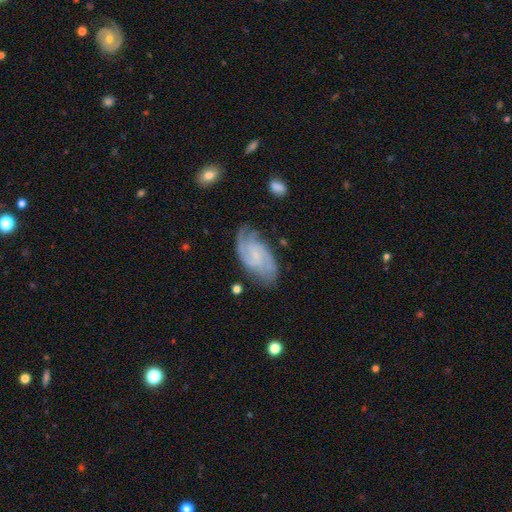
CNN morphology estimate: A featured or disk galaxy (82%) with a weak bar (46%), 2 (50%) medium (45%) spiral arms (96%) and a small central bulge (63%).

Vote fractions:
- Smooth or featured? featured or disk: 82% / smooth: 13% / star or artifact: 6%
- Edge-on disk? no: 96% / yes: 4%
- Bar? weak: 46% / no: 44% / strong: 9%
- Spiral arms? yes: 96% / no: 4%
- Spiral winding? medium: 45% / tight: 41% / loose: 14%
- Spiral arm count? 2: 50% / 3: 19% / can't tell: 18% / 4: 5% / 1: 4% / more than 4: 4%
- Bulge size? small: 63% / none: 24% / moderate: 11% / large: 1% / dominant: 1%
- Merging? none: 73% / minor disturbance: 19% / major disturbance: 6% / merger: 2%